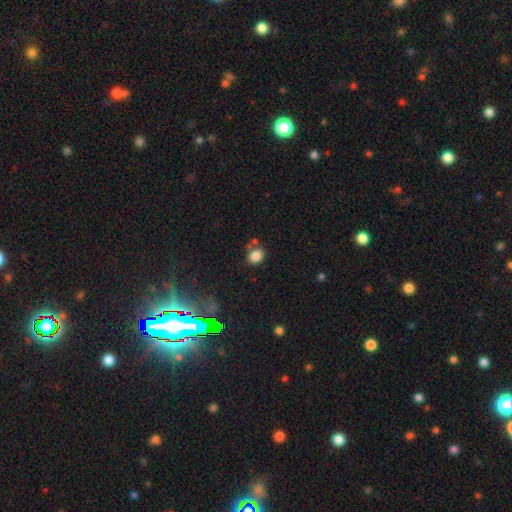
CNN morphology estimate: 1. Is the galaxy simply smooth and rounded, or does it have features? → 83% smooth, 11% star or artifact, 6% featured or disk.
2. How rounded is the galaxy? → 51% in between, 48% round, 1% cigar-shaped.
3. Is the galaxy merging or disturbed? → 65% none, 16% minor disturbance, 13% merger, 5% major disturbance.